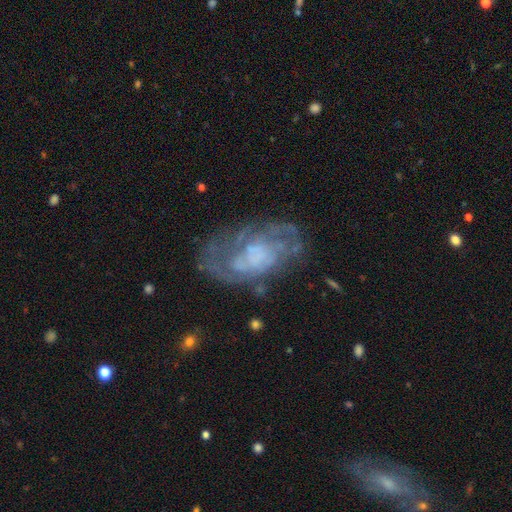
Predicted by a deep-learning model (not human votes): Overall: featured or disk (78%). Edge-on disk: no (97%). Bar: no (77%). Spiral arms: yes (78%). Spiral arm count: can't tell (44%; 2 29%). Spiral winding: tight (48%; medium 35%). Bulge size: none (50%; small 18%). Merging: none (58%; minor disturbance 21%).